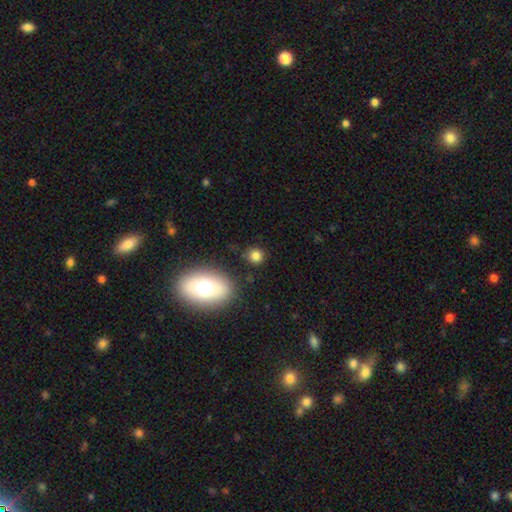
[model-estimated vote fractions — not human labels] The model was most divided on "smooth or featured": smooth: 79%, star or artifact: 14%, featured or disk: 7%. More confident: how rounded — round (83%); merging — none (80%).